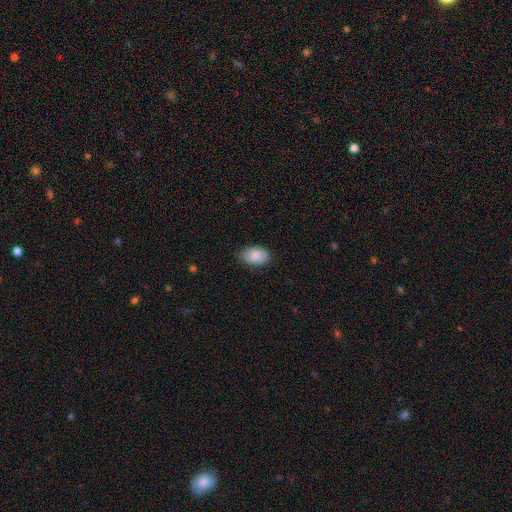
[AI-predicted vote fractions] smooth-or-featured: smooth: 86% | featured or disk: 7% | star or artifact: 7%
  how-rounded: in between: 88% | round: 11% | cigar-shaped: 1%
  merging: none: 84% | minor disturbance: 13% | major disturbance: 3% | merger: 1%